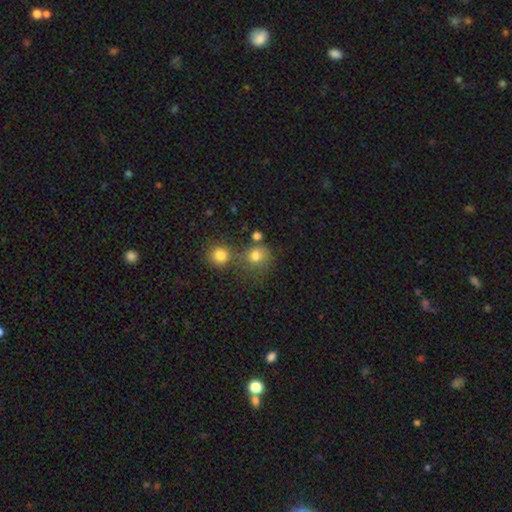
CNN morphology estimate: smooth-or-featured: smooth: 77% | star or artifact: 14% | featured or disk: 9%
  how-rounded: round: 85% | in between: 14% | cigar-shaped: 1%
  merging: none: 53% | merger: 28% | minor disturbance: 12% | major disturbance: 7%